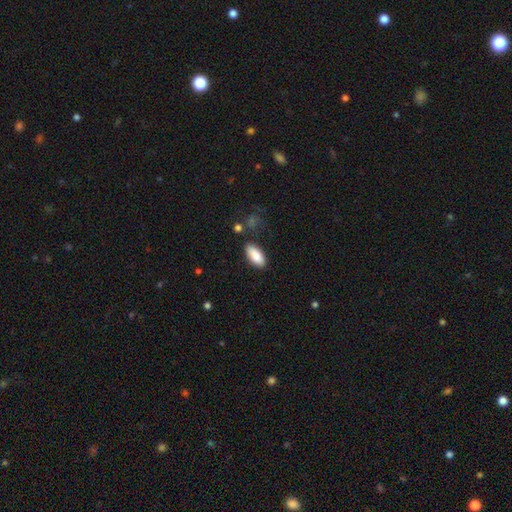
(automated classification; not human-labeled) Morphology: type=smooth (87%); roundness=in between (87%); merging=none (82%).